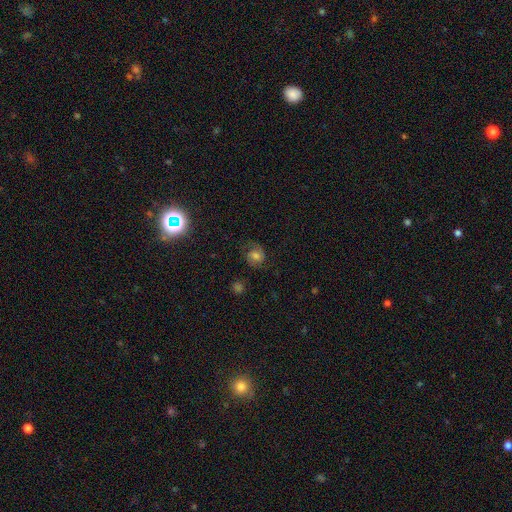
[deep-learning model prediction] A featured or disk galaxy (50%). Merging: none (68%).